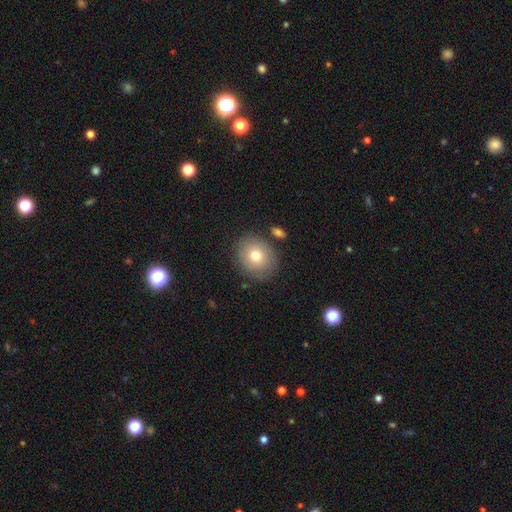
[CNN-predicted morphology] A smooth galaxy with no disk features (75%) that is round (64%). Merging: none (81%).